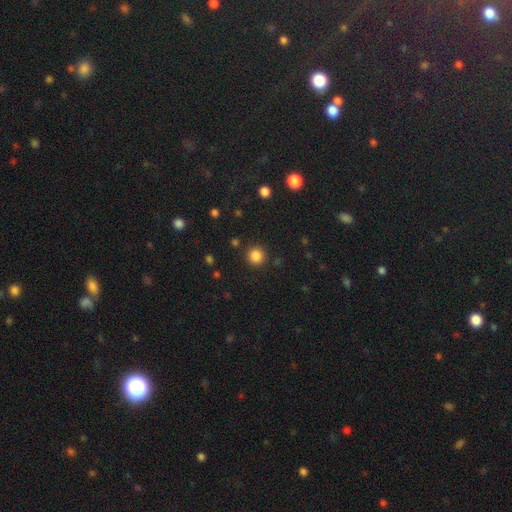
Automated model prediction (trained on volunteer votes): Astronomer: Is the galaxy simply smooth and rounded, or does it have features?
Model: smooth — 85%.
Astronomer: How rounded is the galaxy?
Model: round — 94%.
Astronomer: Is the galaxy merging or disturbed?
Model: none — 90%.